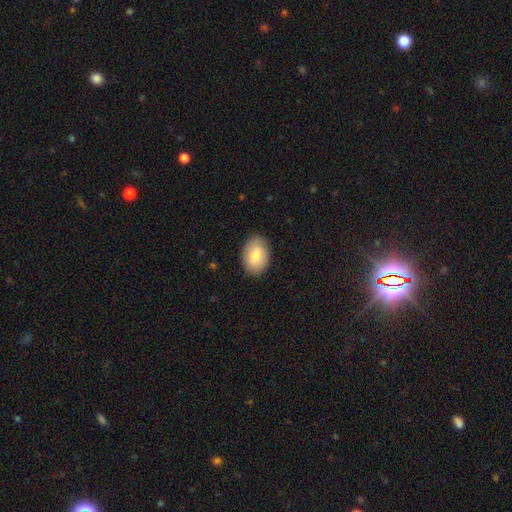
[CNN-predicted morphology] This is likely a smooth galaxy (79%). How rounded: clearly in between (84%). Merging: clearly none (85%).